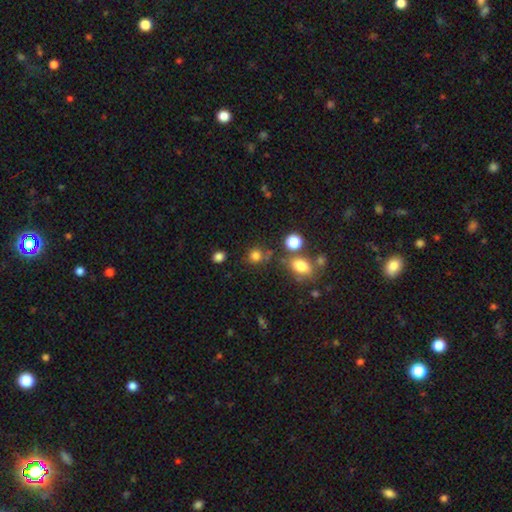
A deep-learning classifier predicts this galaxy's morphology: Smooth or featured?
  - smooth: 78% *
  - star or artifact: 16%
  - featured or disk: 6%
How rounded?
  - round: 82% *
  - in between: 16%
  - cigar-shaped: 1%
Merging?
  - none: 70% *
  - minor disturbance: 13%
  - merger: 12%
  - major disturbance: 5%